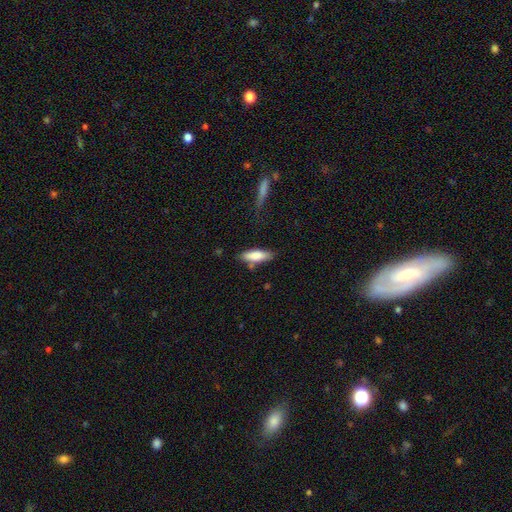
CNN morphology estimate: Smooth or featured: smooth — 81% (featured or disk — 13%)
How rounded: in between — 57% (cigar-shaped — 41%)
Merging: none — 70% (minor disturbance — 18%)